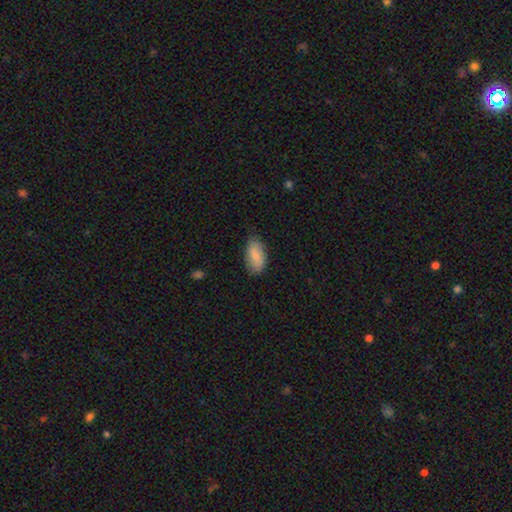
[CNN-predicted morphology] Smooth or featured?
  - smooth: 84% *
  - featured or disk: 10%
  - star or artifact: 6%
How rounded?
  - in between: 93% *
  - cigar-shaped: 5%
  - round: 3%
Merging?
  - none: 79% *
  - minor disturbance: 17%
  - major disturbance: 3%
  - merger: 1%